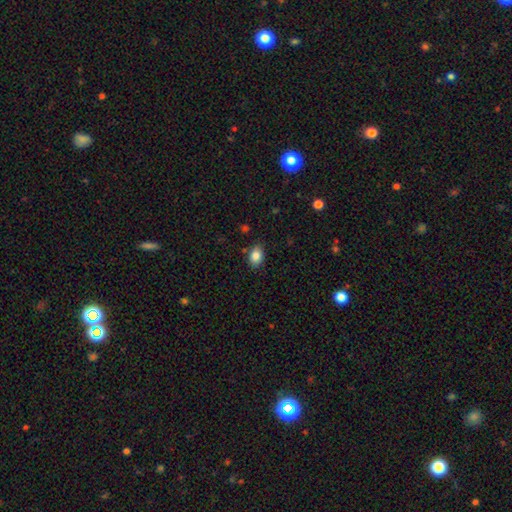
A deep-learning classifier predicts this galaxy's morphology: Smooth or featured? Predicted: smooth (p=0.85). How rounded? Predicted: in between (p=0.77). Merging? Predicted: none (p=0.83).